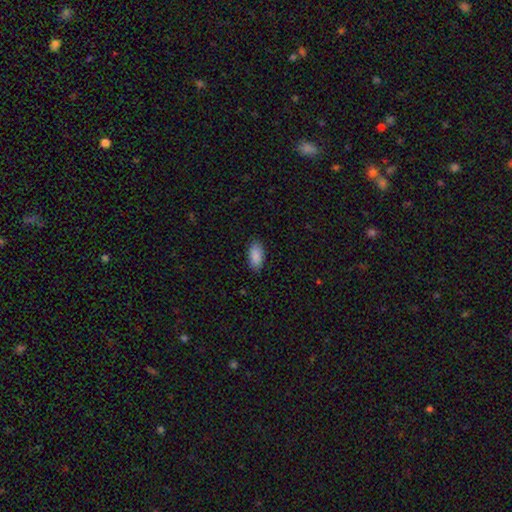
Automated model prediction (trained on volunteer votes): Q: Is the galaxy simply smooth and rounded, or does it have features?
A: smooth — 90%.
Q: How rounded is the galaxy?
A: in between — 92%.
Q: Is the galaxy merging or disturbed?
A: none — 87%.